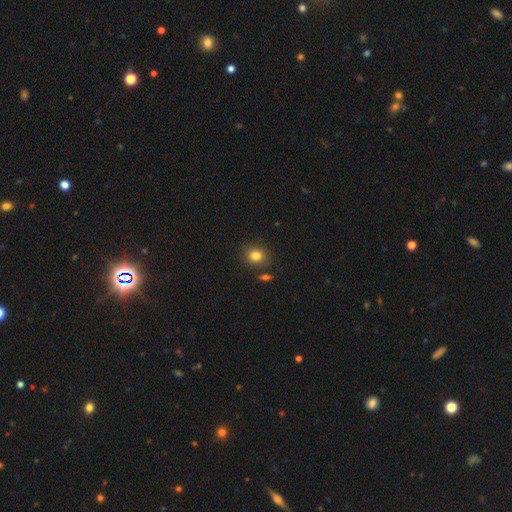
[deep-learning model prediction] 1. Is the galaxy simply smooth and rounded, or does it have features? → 82% smooth, 12% star or artifact, 7% featured or disk.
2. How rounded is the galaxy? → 73% round, 26% in between, 1% cigar-shaped.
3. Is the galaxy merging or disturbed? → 83% none, 9% minor disturbance, 5% merger, 3% major disturbance.